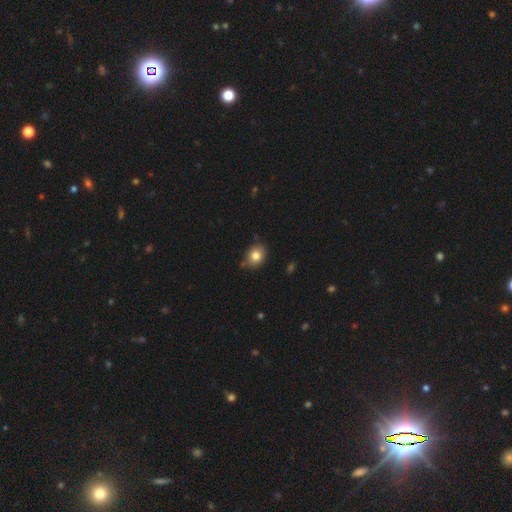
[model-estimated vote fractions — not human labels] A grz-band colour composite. It shows a smooth galaxy with no disk features (81%) that is round (50%). Merging: none (79%).